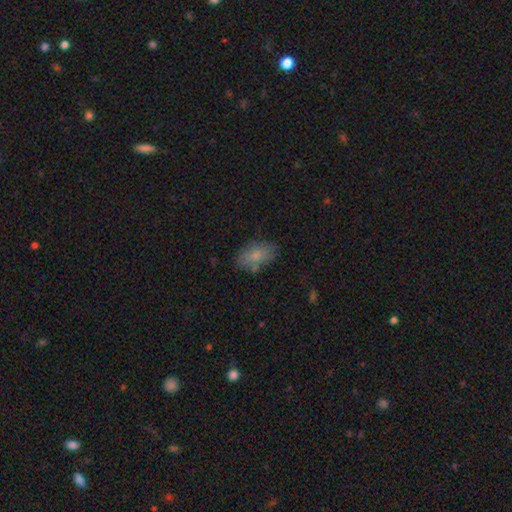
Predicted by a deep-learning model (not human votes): Morphology: type=smooth (78%); roundness=in between (92%); merging=none (71%).